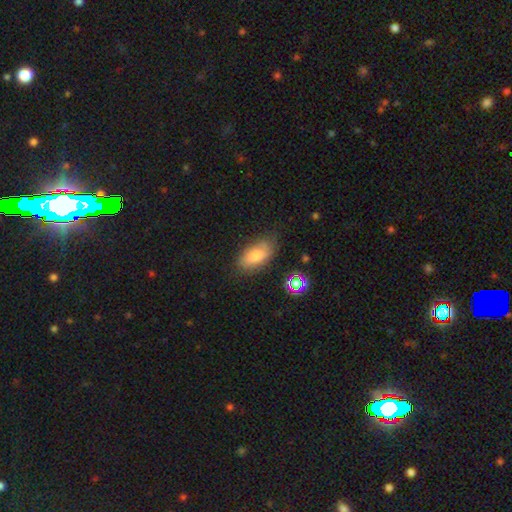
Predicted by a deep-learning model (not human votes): Morphology: type=smooth (80%); roundness=in between (89%); merging=none (73%).